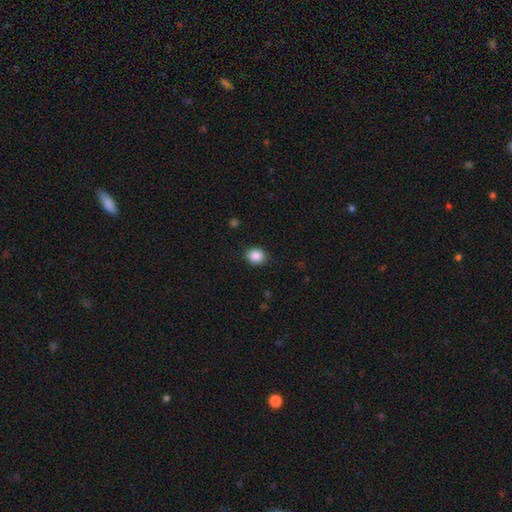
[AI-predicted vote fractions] smooth-or-featured: smooth: 88% | star or artifact: 9% | featured or disk: 3%
  how-rounded: round: 64% | in between: 35% | cigar-shaped: 1%
  merging: none: 89% | minor disturbance: 7% | major disturbance: 2% | merger: 1%